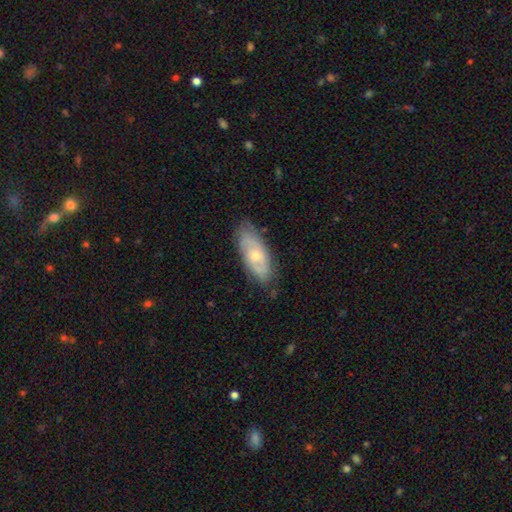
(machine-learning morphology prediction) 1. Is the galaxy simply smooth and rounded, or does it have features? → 61% featured or disk, 33% smooth, 6% star or artifact.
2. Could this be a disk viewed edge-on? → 88% no, 12% yes.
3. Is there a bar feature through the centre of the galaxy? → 76% no, 20% weak, 4% strong.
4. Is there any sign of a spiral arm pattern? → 75% yes, 25% no.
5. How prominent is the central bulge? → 58% small, 39% moderate, 1% large, 1% none, 1% dominant.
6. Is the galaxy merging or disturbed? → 73% none, 21% minor disturbance, 5% major disturbance, 2% merger.